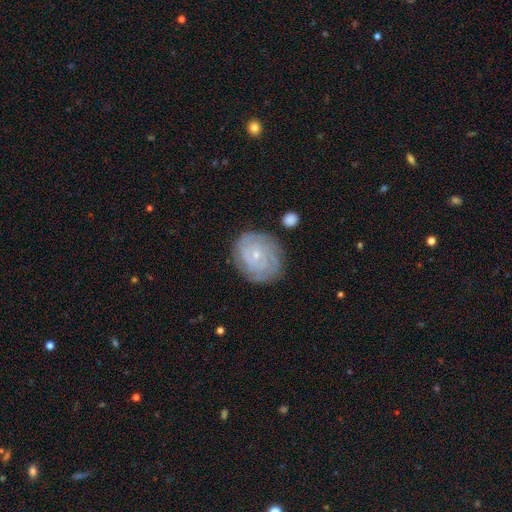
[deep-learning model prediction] Q: Smooth or featured?
A: featured or disk (79%); runner-up: smooth (14%)
Q: Edge-on disk?
A: no (98%); runner-up: yes (2%)
Q: Bar?
A: no (75%); runner-up: weak (21%)
Q: Spiral arms?
A: yes (94%); runner-up: no (6%)
Q: Spiral winding?
A: tight (79%); runner-up: medium (17%)
Q: Spiral arm count?
A: can't tell (34%); runner-up: 3 (20%)
Q: Bulge size?
A: small (81%); runner-up: moderate (15%)
Q: Merging?
A: none (79%); runner-up: minor disturbance (15%)